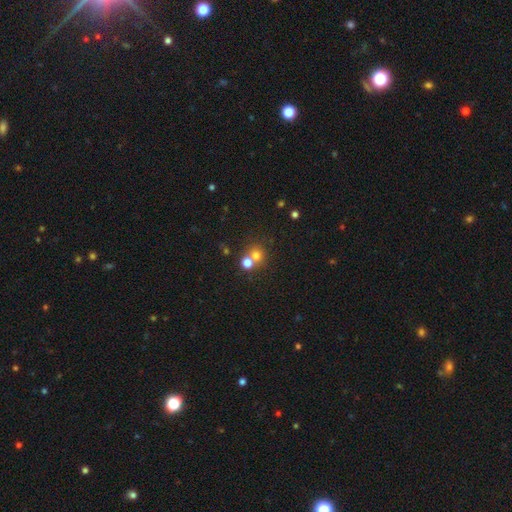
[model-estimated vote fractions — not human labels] Smooth or featured? Predicted: smooth (p=0.71). How rounded? Predicted: round (p=0.85). Merging? Predicted: none (p=0.48).